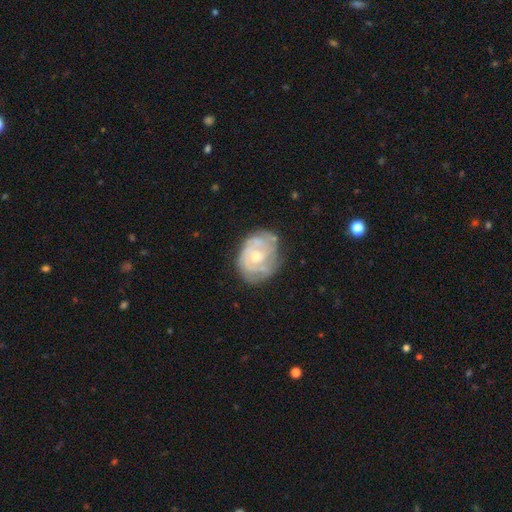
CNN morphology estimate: The model was most divided on "bulge size": moderate: 49%, small: 47%, large: 2%, none: 2%, dominant: 1%. Remaining: edge-on disk — no (97%); spiral arms — yes (87%); smooth or featured — featured or disk (77%); bar — no (74%); merging — none (67%); spiral winding — tight (65%); spiral arm count — can't tell (41%).